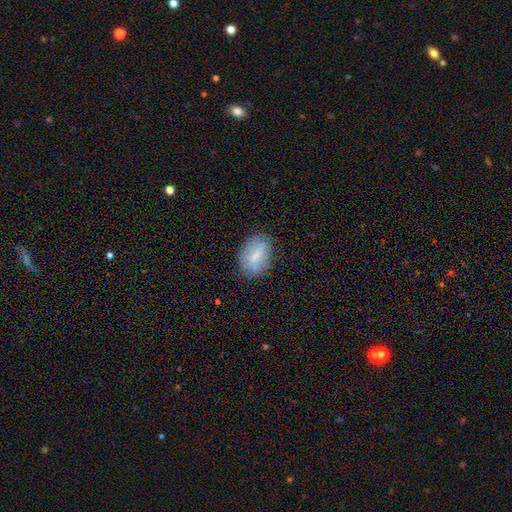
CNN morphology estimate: type=smooth (67%); roundness=in between (83%); merging=none (77%).